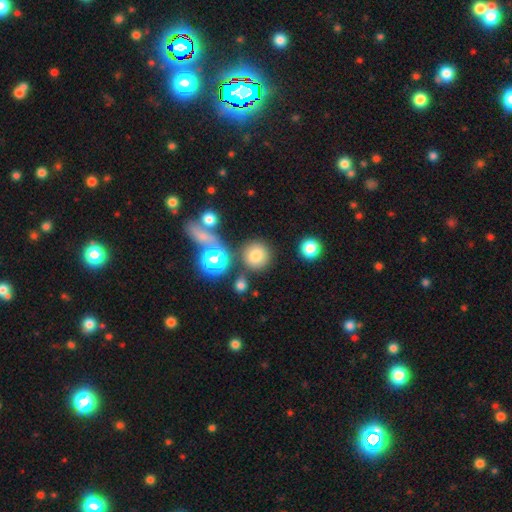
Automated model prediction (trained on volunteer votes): A smooth galaxy with no disk features (76%) that is round (91%). Merging: none (77%).